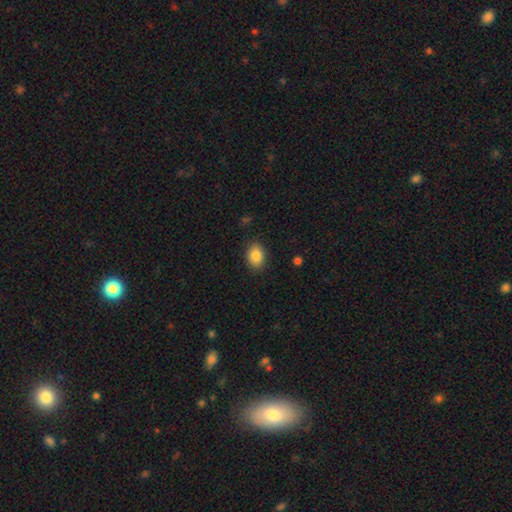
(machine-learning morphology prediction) Q: Smooth or featured?
A: smooth (85%); runner-up: star or artifact (8%)
Q: How rounded?
A: in between (73%); runner-up: round (26%)
Q: Merging?
A: none (87%); runner-up: minor disturbance (10%)